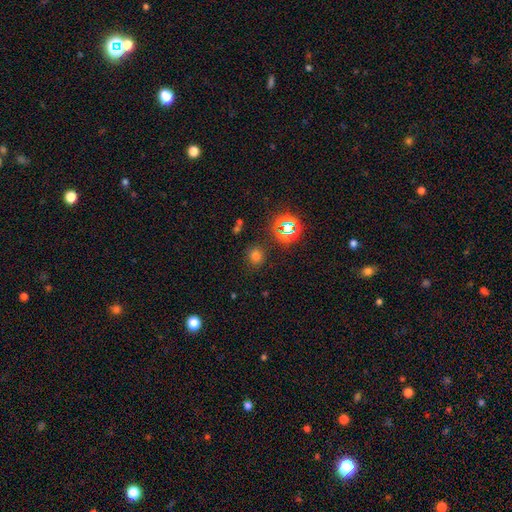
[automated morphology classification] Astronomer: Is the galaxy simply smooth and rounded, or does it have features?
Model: smooth — 68%.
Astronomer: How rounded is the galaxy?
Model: round — 77%.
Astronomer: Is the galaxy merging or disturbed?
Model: none — 81%.